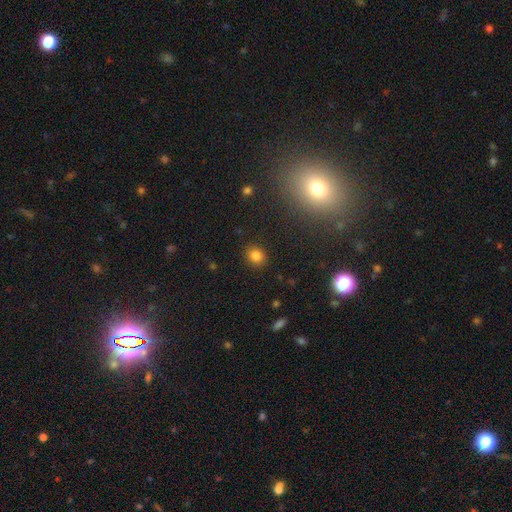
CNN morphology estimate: smooth 82%, star or artifact 13%, featured or disk 5%. Down the decision tree: how rounded — round (68%); merging — none (88%).